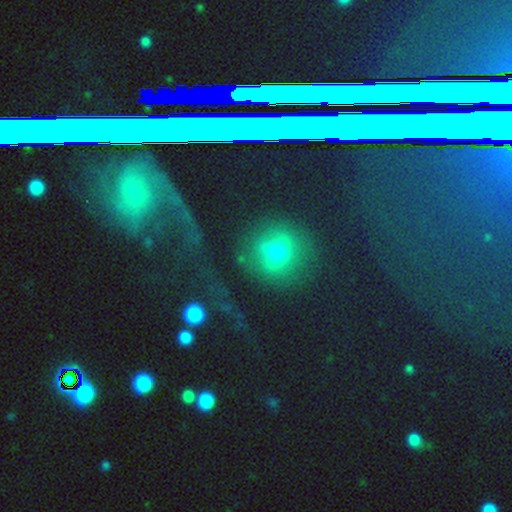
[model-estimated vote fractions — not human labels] smooth-or-featured: star or artifact: 43% | smooth: 42% | featured or disk: 15%